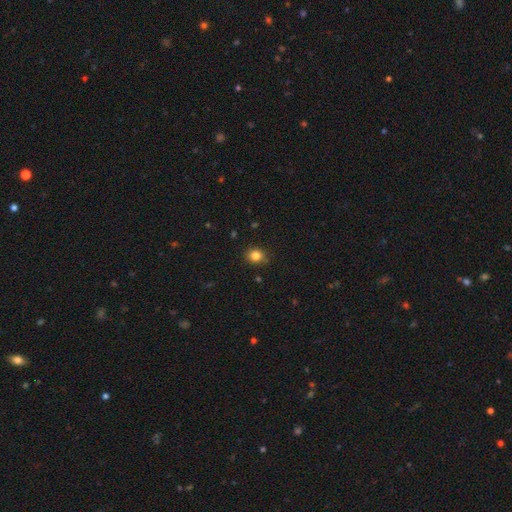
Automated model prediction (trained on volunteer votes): smooth 82%, star or artifact 12%, featured or disk 6%. Down the decision tree: how rounded — round (70%); merging — none (87%).